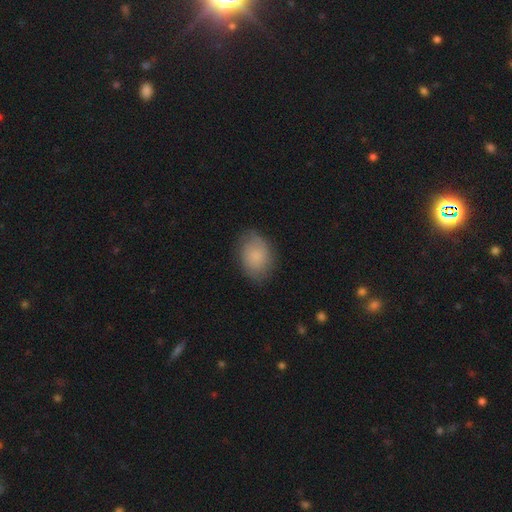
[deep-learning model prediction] Smooth or featured? Predicted: smooth (p=0.73). How rounded? Predicted: in between (p=0.71). Merging? Predicted: none (p=0.76).